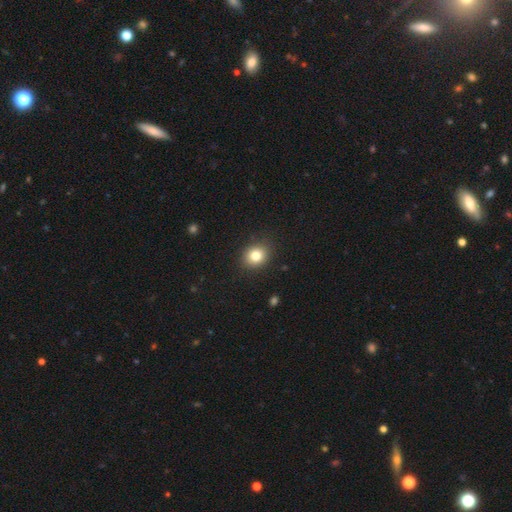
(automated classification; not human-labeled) The model was most divided on "how rounded": round: 60%, in between: 39%, cigar-shaped: 1%. More confident: merging — none (87%); smooth or featured — smooth (81%).